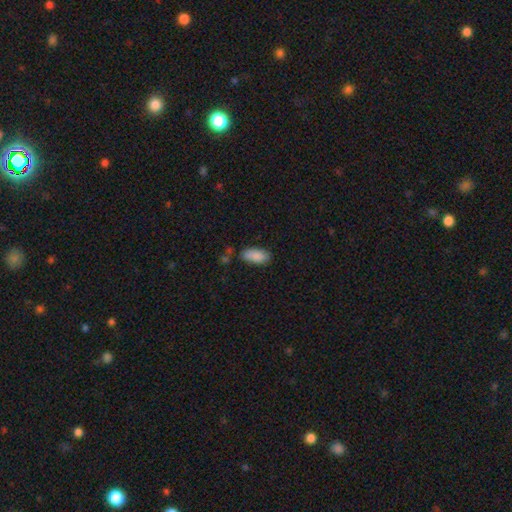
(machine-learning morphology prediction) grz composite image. It shows a smooth galaxy with no disk features (88%) that is in between round and cigar-shaped (91%). Merging: none (73%).